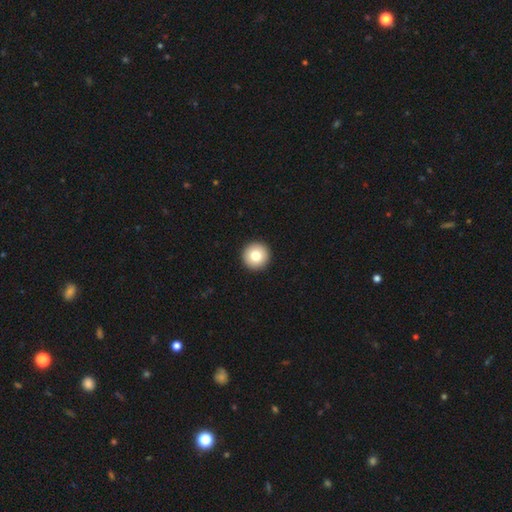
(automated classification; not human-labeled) Smooth or featured? smooth (79%)
How rounded? round (97%)
Merging? none (95%)